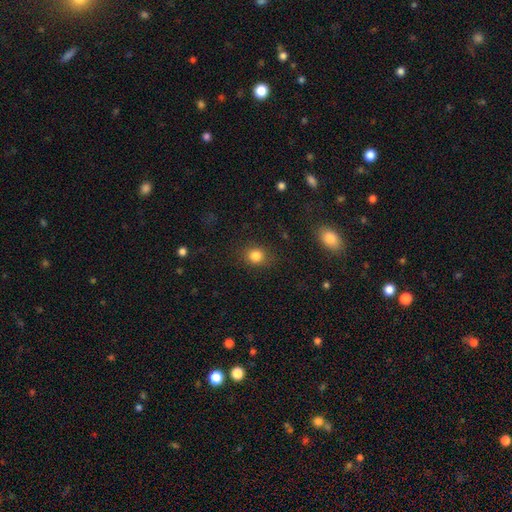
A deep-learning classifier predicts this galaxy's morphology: Q: Smooth or featured?
A: smooth (83%); runner-up: star or artifact (12%)
Q: How rounded?
A: round (73%); runner-up: in between (26%)
Q: Merging?
A: none (83%); runner-up: minor disturbance (11%)